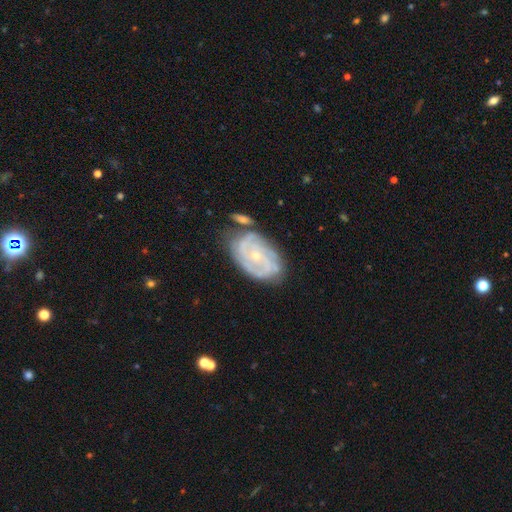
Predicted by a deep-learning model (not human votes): A featured or disk galaxy (83%) with no bar (69%), 2 (30%) tight (65%) spiral arms (93%) and a small central bulge (68%).

Vote fractions:
- Smooth or featured? featured or disk: 83% / smooth: 10% / star or artifact: 6%
- Edge-on disk? no: 96% / yes: 4%
- Bar? no: 69% / weak: 24% / strong: 6%
- Spiral arms? yes: 93% / no: 7%
- Spiral winding? tight: 65% / medium: 28% / loose: 7%
- Spiral arm count? 2: 30% / can't tell: 28% / 3: 24% / 4: 9% / 1: 4% / more than 4: 4%
- Bulge size? small: 68% / moderate: 29% / none: 1% / large: 1% / dominant: 1%
- Merging? none: 58% / minor disturbance: 23% / merger: 11% / major disturbance: 8%